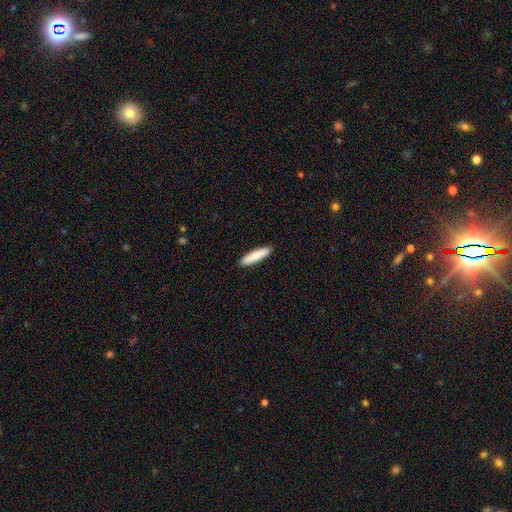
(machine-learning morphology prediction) Smooth or featured? Predicted: smooth (p=0.81). How rounded? Predicted: cigar-shaped (p=0.86). Merging? Predicted: none (p=0.92).